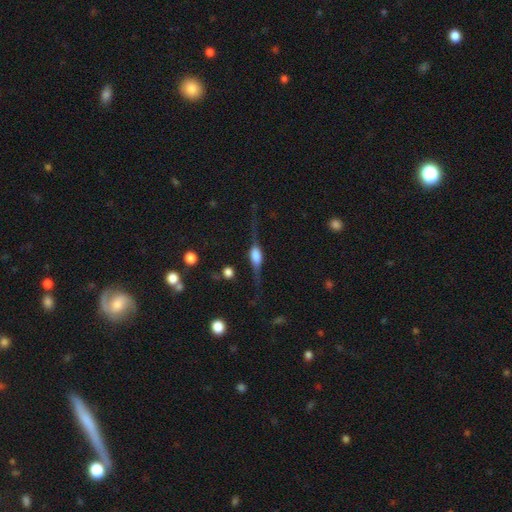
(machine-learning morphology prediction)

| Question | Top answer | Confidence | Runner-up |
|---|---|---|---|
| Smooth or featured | featured or disk | 78% | smooth (15%) |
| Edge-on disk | yes | 95% | no (5%) |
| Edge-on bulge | rounded | 78% | boxy (19%) |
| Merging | none | 76% | minor disturbance (15%) |